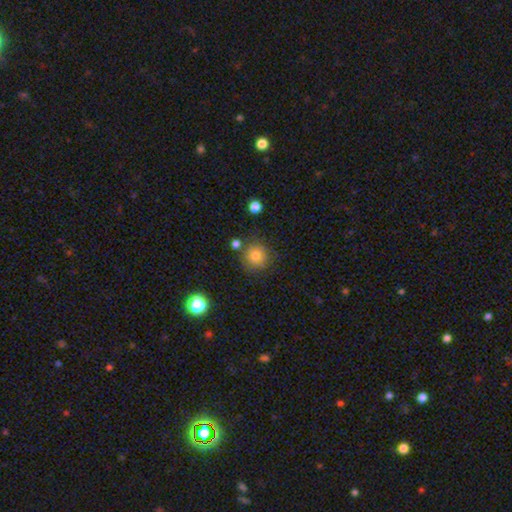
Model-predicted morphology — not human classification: Q: Smooth or featured?
A: smooth (81%); runner-up: star or artifact (11%)
Q: How rounded?
A: round (91%); runner-up: in between (8%)
Q: Merging?
A: none (78%); runner-up: minor disturbance (12%)